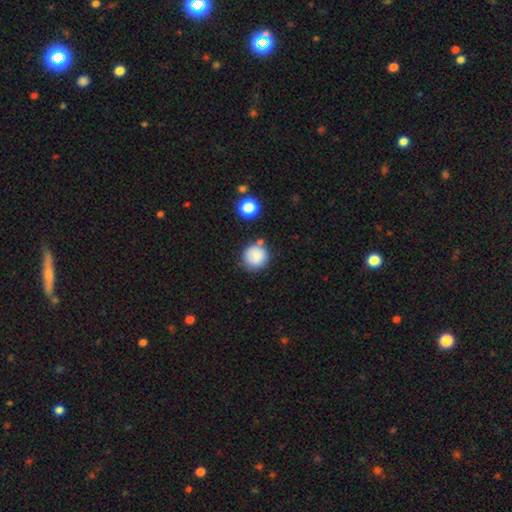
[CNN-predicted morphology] Smooth or featured: smooth — 83% (star or artifact — 9%)
How rounded: round — 93% (in between — 6%)
Merging: none — 76% (minor disturbance — 13%)